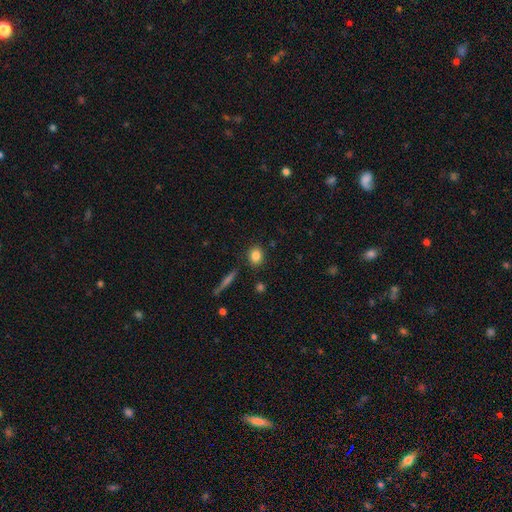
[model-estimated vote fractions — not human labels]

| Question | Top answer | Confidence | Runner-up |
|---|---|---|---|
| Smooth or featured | smooth | 84% | star or artifact (9%) |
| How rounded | round | 54% | in between (43%) |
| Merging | none | 85% | minor disturbance (9%) |